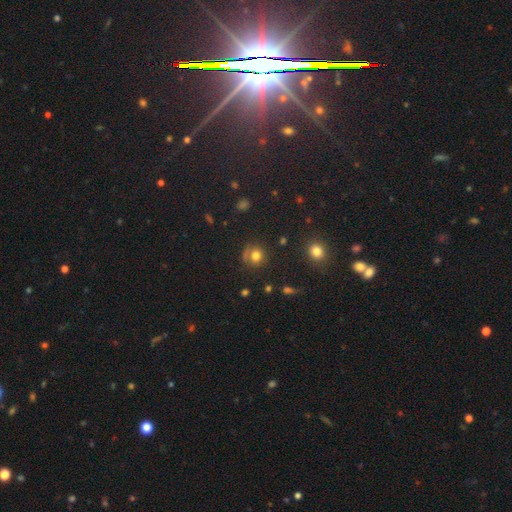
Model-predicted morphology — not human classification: Smooth or featured: smooth — 74% (star or artifact — 16%)
How rounded: round — 87% (in between — 12%)
Merging: none — 72% (minor disturbance — 15%)